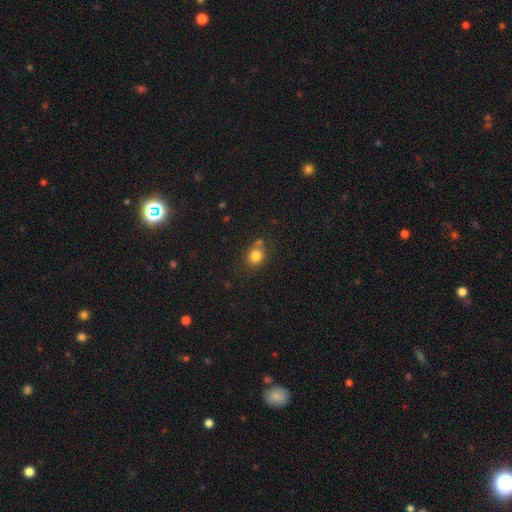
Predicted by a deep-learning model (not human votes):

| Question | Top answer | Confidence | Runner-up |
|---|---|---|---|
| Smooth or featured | smooth | 81% | star or artifact (12%) |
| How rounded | round | 68% | in between (31%) |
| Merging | none | 68% | minor disturbance (15%) |